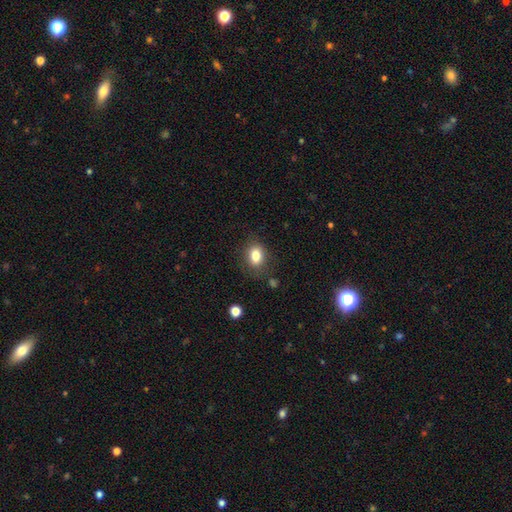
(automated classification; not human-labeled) Smooth or featured?
  - smooth: 82% *
  - star or artifact: 10%
  - featured or disk: 8%
How rounded?
  - in between: 66% *
  - round: 33%
  - cigar-shaped: 1%
Merging?
  - none: 79% *
  - minor disturbance: 14%
  - major disturbance: 4%
  - merger: 2%